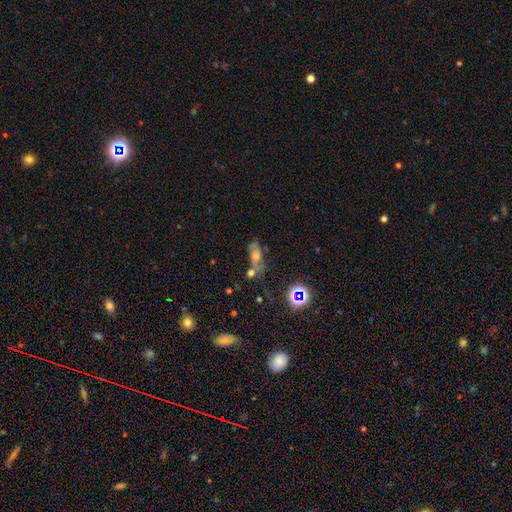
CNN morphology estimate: Smooth or featured? Predicted: smooth (p=0.38). Merging? Predicted: none (p=0.40).